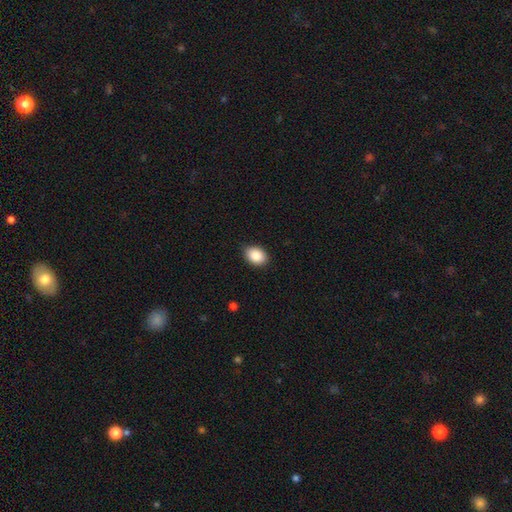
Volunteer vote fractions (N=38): Smooth or featured?
  - smooth: 92% *
  - star or artifact: 5%
  - featured or disk: 3%
How rounded?
  - in between: 80% *
  - round: 20%
  - cigar-shaped: 0%
Merging?
  - none: 92% *
  - minor disturbance: 6%
  - major disturbance: 3%
  - merger: 0%